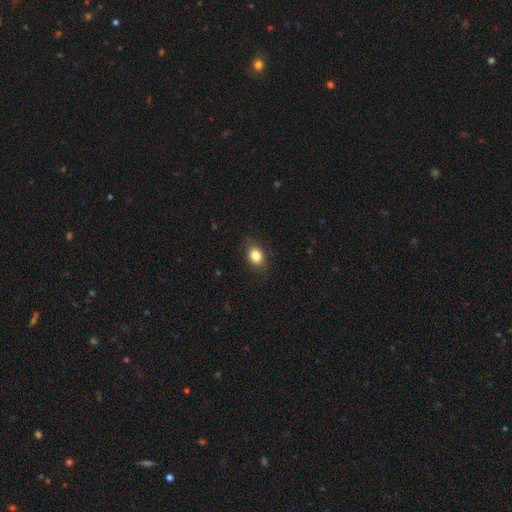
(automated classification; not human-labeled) Smooth or featured: smooth — 84% (star or artifact — 9%)
How rounded: in between — 64% (round — 35%)
Merging: none — 82% (minor disturbance — 14%)